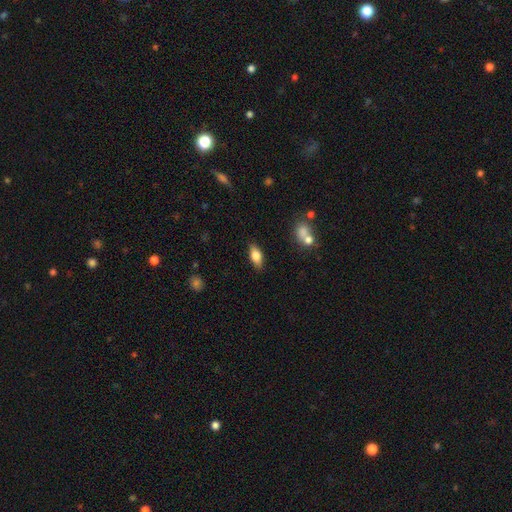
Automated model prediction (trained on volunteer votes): A smooth galaxy with no disk features (73%) that is in between round and cigar-shaped (82%). Merging: none (85%).